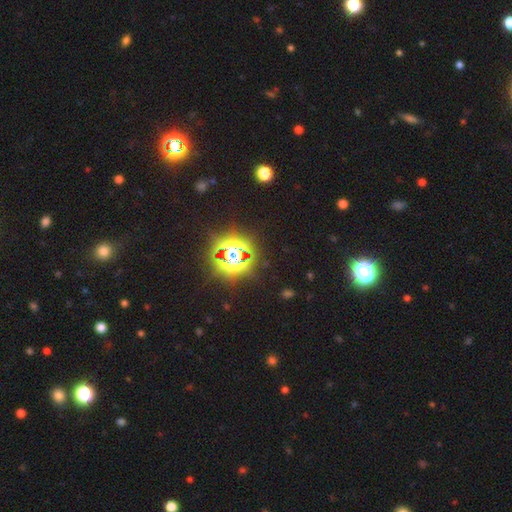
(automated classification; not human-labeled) Overall: star or artifact (82%).